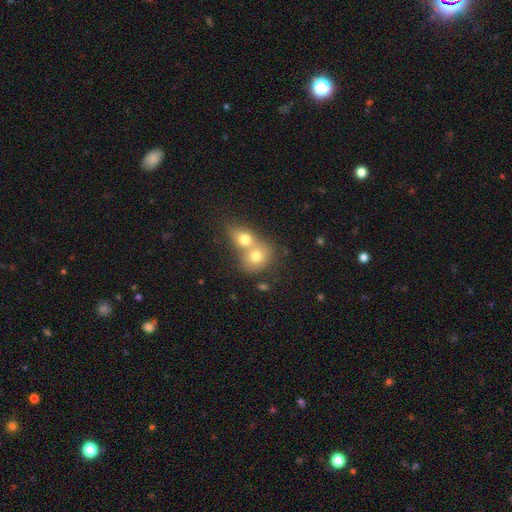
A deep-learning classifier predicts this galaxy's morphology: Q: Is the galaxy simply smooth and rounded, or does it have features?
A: smooth — 71%.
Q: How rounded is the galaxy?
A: round — 61%.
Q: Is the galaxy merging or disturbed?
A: merger — 70%.